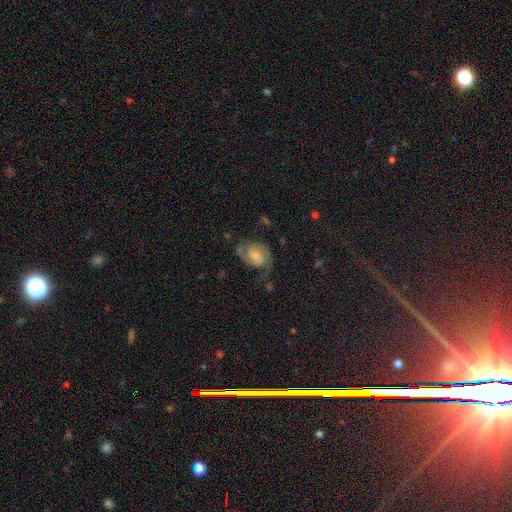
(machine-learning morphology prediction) Smooth or featured? Predicted: featured or disk (p=0.77). Edge-on disk? Predicted: no (p=0.98). Bar? Predicted: no (p=0.55). Spiral arms? Predicted: yes (p=0.95). Spiral winding? Predicted: medium (p=0.50). Spiral arm count? Predicted: 2 (p=0.86). Bulge size? Predicted: small (p=0.36). Merging? Predicted: none (p=0.58).